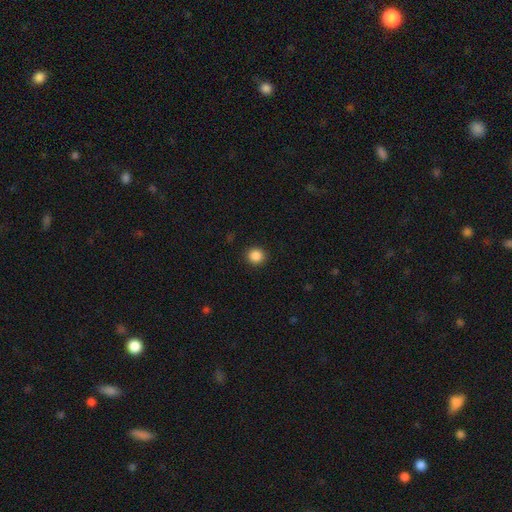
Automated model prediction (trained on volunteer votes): Morphology: type=smooth (87%); roundness=round (91%); merging=none (92%).